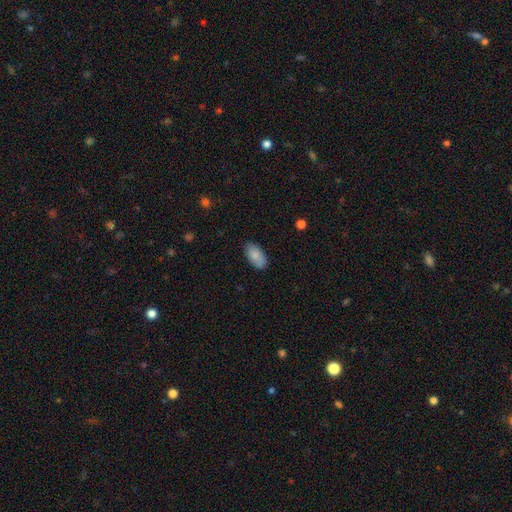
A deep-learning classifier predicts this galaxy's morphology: Smooth or featured: smooth — 83% (featured or disk — 11%)
How rounded: in between — 94% (cigar-shaped — 3%)
Merging: none — 80% (minor disturbance — 15%)